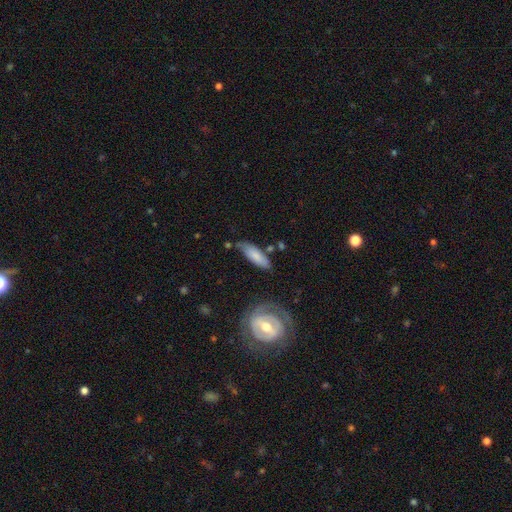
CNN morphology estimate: The model was most divided on "how rounded": in between: 57%, cigar-shaped: 41%, round: 2%. More confident: smooth or featured — smooth (74%); merging — none (64%).